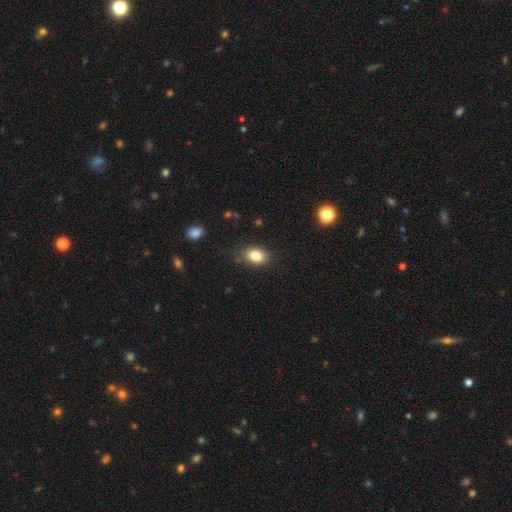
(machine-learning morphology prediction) Overall: smooth (83%). How rounded: in between (78%). Merging: none (83%).